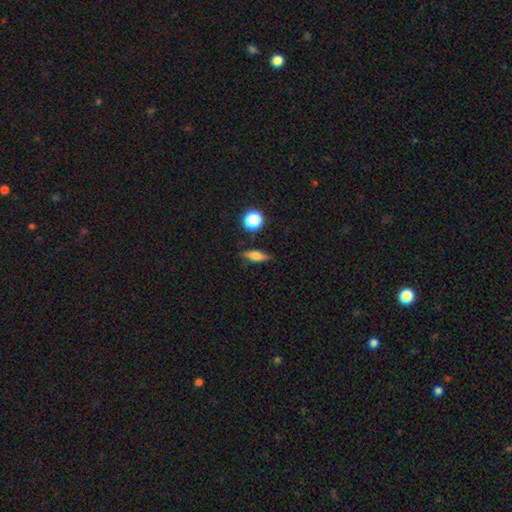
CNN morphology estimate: A smooth galaxy with no disk features (64%) that is in between round and cigar-shaped (49%).

Vote fractions:
- Smooth or featured? smooth: 64% / featured or disk: 26% / star or artifact: 10%
- How rounded? in between: 49% / cigar-shaped: 40% / round: 10%
- Merging? none: 82% / minor disturbance: 13% / major disturbance: 3% / merger: 2%